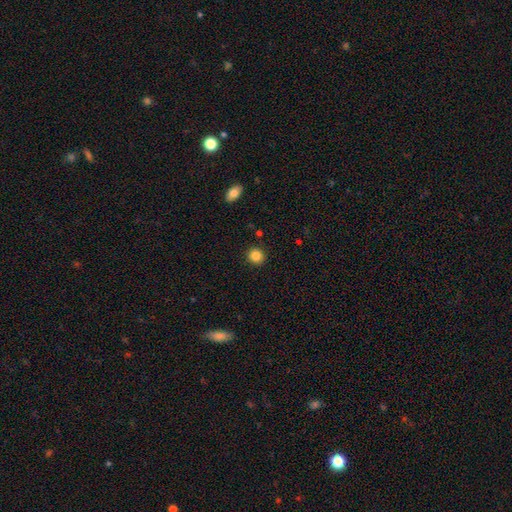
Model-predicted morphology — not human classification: This appears to be a smooth galaxy with no disk features (86%) that is round (87%). Merging: none (90%).